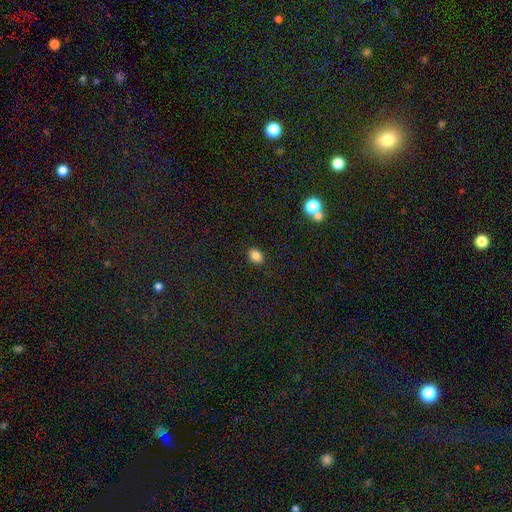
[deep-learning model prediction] Morphology: type=smooth (85%); roundness=in between (69%); merging=none (88%).